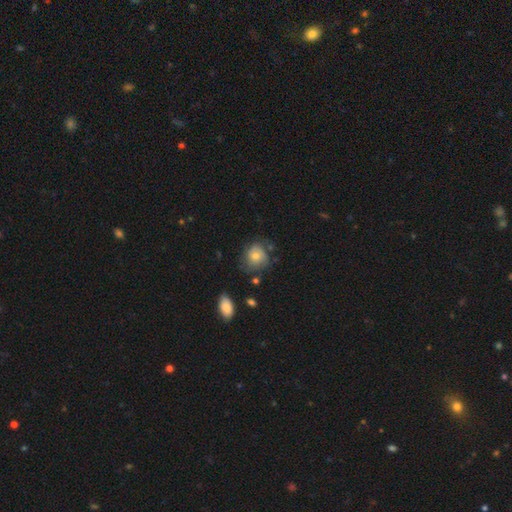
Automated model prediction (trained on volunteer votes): Smooth or featured?
  - smooth: 57% *
  - featured or disk: 34%
  - star or artifact: 9%
How rounded?
  - round: 77% *
  - in between: 22%
  - cigar-shaped: 1%
Merging?
  - none: 57% *
  - minor disturbance: 28%
  - major disturbance: 12%
  - merger: 3%